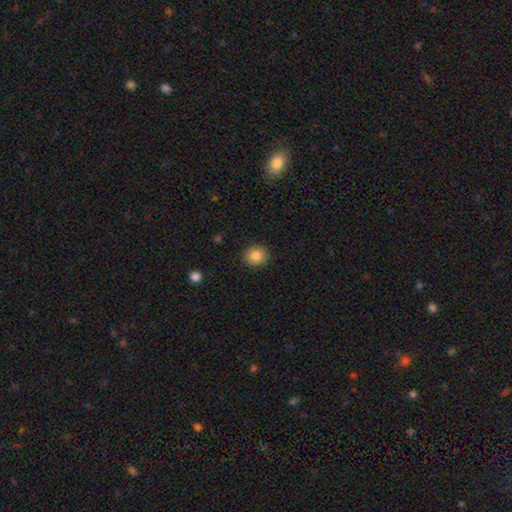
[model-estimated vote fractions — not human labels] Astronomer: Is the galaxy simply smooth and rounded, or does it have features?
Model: smooth — 85%.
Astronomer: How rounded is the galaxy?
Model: round — 81%.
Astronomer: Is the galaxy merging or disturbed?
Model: none — 90%.